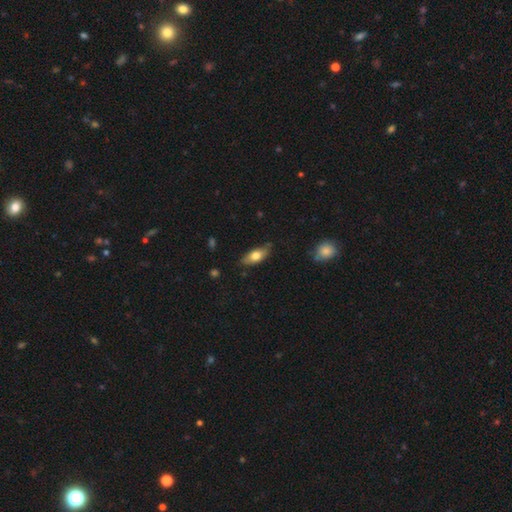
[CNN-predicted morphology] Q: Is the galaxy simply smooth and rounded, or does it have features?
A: smooth — 70%.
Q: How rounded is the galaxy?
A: in between — 81%.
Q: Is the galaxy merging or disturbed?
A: none — 75%.